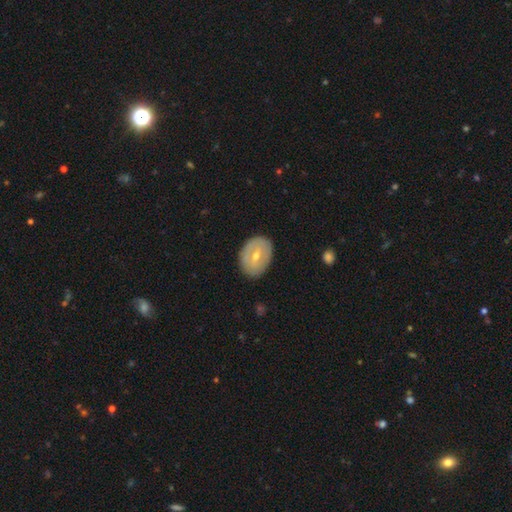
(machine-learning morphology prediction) This is possibly a featured or disk galaxy (51%). It is clearly not viewed edge-on (92%). Merging: clearly none (82%).